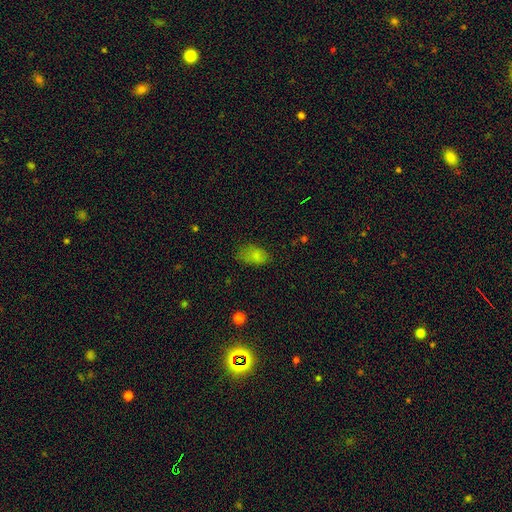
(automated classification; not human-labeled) Morphology: type=smooth (78%); roundness=in between (89%); merging=none (54%).